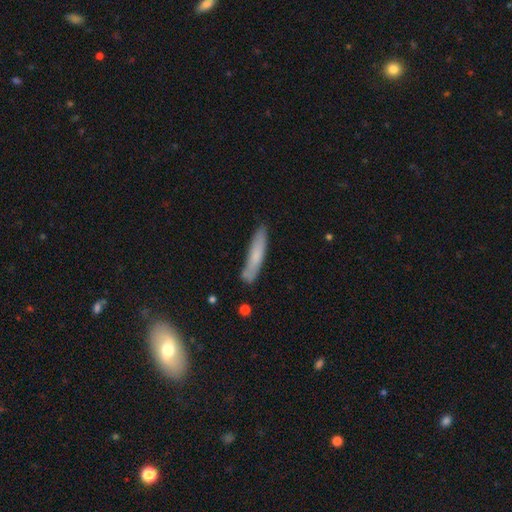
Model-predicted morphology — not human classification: smooth 68%, featured or disk 25%, star or artifact 7%. Down the decision tree: how rounded — cigar-shaped (89%); merging — none (80%).